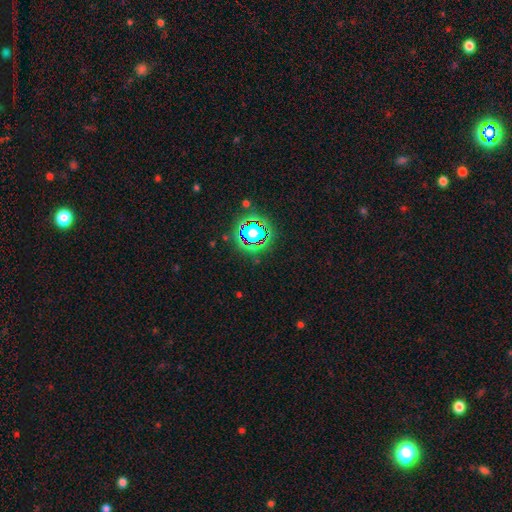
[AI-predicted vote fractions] star or artifact 81%, smooth 12%, featured or disk 7%.